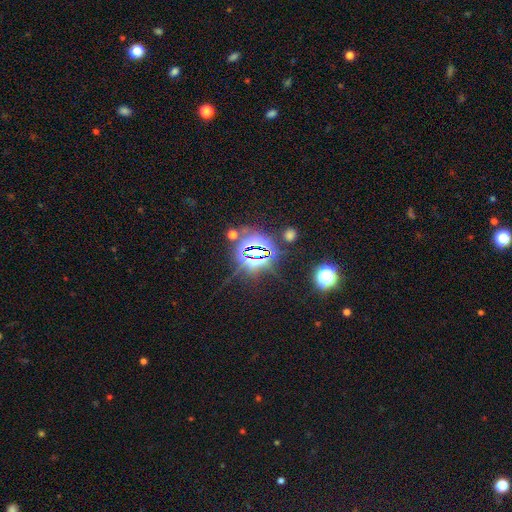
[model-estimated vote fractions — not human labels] Smooth or featured: star or artifact — 82% (smooth — 10%)